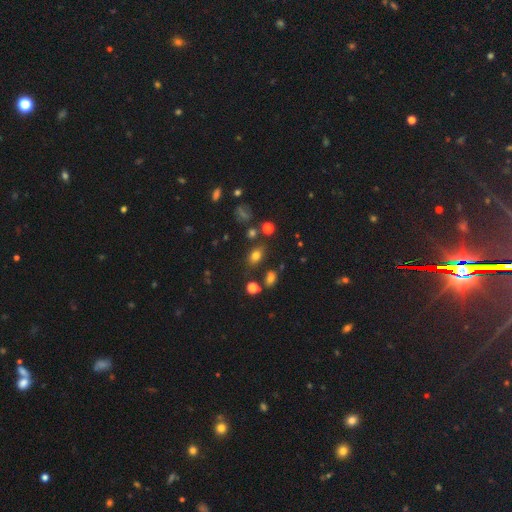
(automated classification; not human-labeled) This is likely a smooth galaxy (75%). How rounded: likely in between (77%). Merging: likely none (76%).